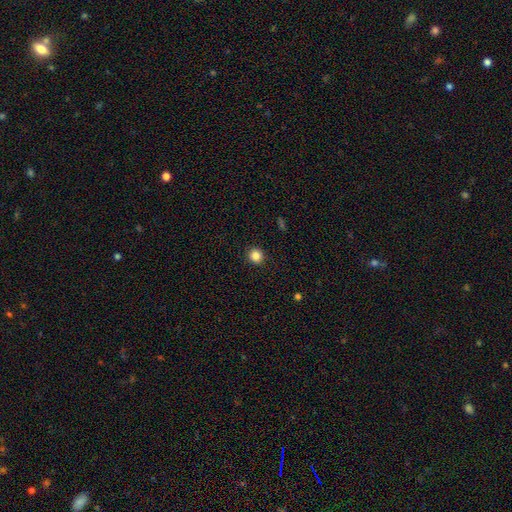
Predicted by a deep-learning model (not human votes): Smooth or featured? Predicted: smooth (p=0.85). How rounded? Predicted: round (p=0.91). Merging? Predicted: none (p=0.92).